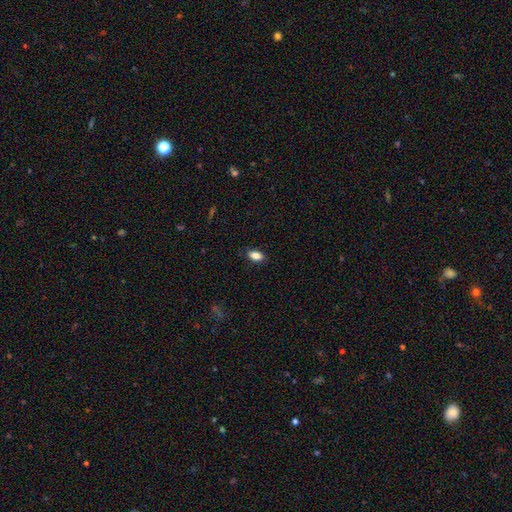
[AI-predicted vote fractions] Smooth or featured? Predicted: smooth (p=0.86). How rounded? Predicted: in between (p=0.89). Merging? Predicted: none (p=0.88).